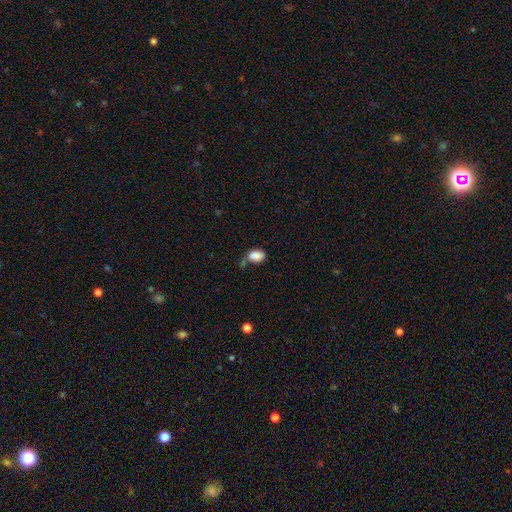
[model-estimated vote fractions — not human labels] Smooth or featured? Predicted: smooth (p=0.86). How rounded? Predicted: in between (p=0.86). Merging? Predicted: none (p=0.46).